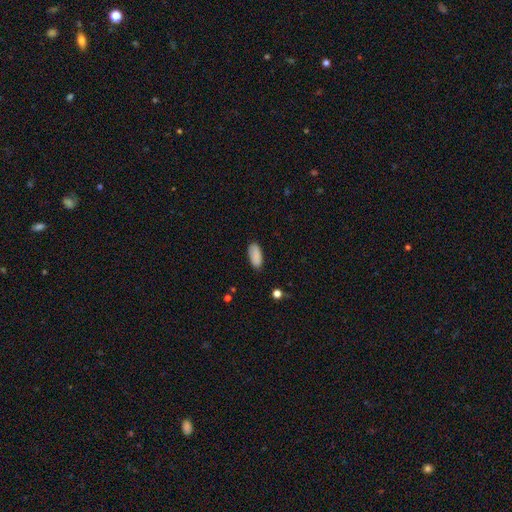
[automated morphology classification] Smooth or featured? Predicted: smooth (p=0.89). How rounded? Predicted: in between (p=0.88). Merging? Predicted: none (p=0.85).